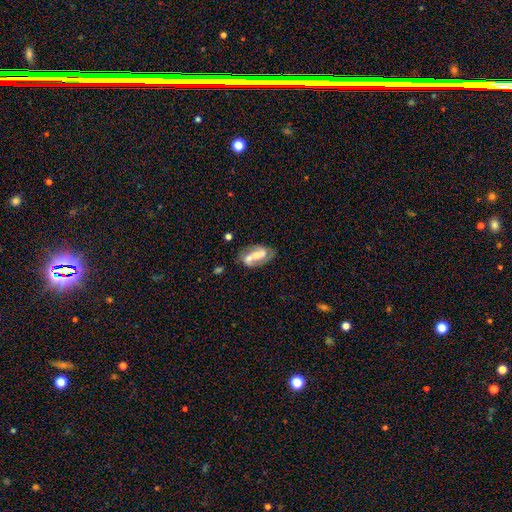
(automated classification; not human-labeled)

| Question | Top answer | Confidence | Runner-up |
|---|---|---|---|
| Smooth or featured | featured or disk | 64% | smooth (29%) |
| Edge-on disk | no | 93% | yes (7%) |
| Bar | strong | 40% | weak (30%) |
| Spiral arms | yes | 77% | no (23%) |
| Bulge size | moderate | 35% | tied: small (35%) |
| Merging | none | 54% | minor disturbance (23%) |